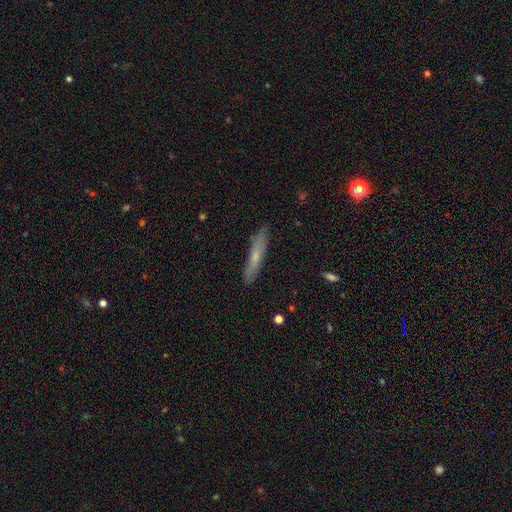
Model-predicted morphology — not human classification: This is possibly a smooth galaxy (56%). How rounded: clearly cigar-shaped (91%). Merging: clearly none (85%).